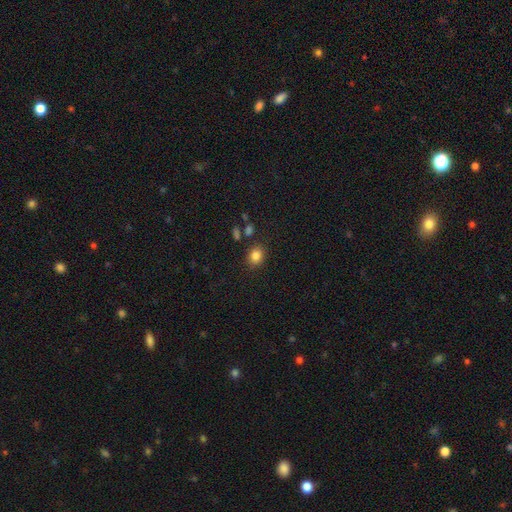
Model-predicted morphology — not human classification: smooth-or-featured: smooth: 83% | star or artifact: 11% | featured or disk: 6%
  how-rounded: round: 58% | in between: 41% | cigar-shaped: 1%
  merging: none: 82% | minor disturbance: 10% | merger: 4% | major disturbance: 3%